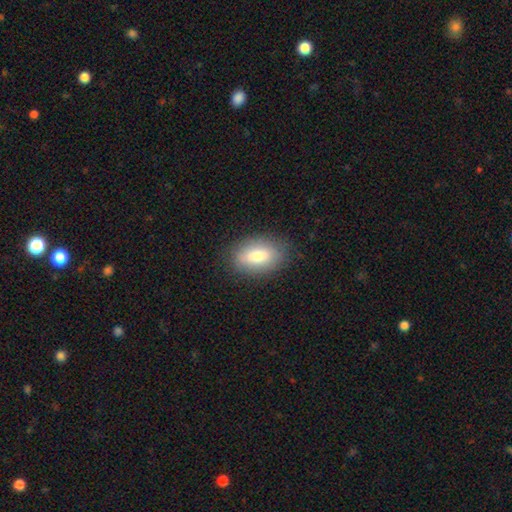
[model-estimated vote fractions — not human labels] The model was most divided on "smooth or featured": smooth: 79%, featured or disk: 14%, star or artifact: 7%. More confident: how rounded — in between (89%); merging — none (84%).